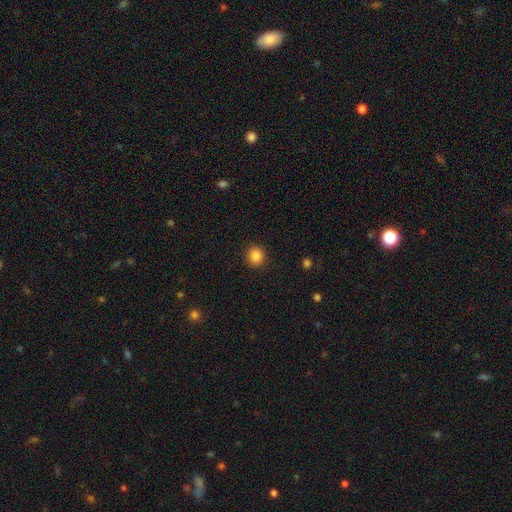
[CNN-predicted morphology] Overall: smooth (86%). How rounded: round (87%). Merging: none (90%).